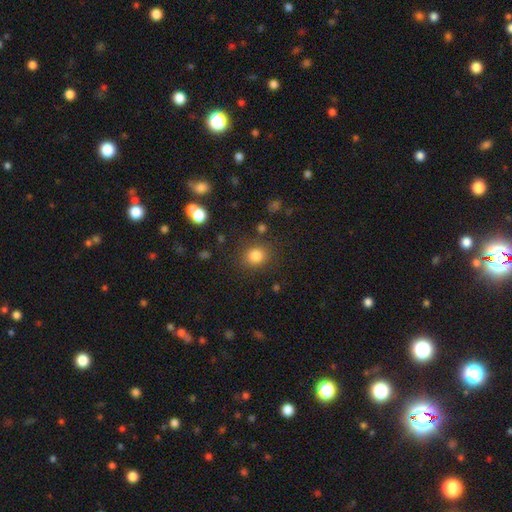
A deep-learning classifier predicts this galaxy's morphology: The model was most divided on "how rounded": round: 78%, in between: 21%, cigar-shaped: 1%. More confident: merging — none (83%); smooth or featured — smooth (83%).